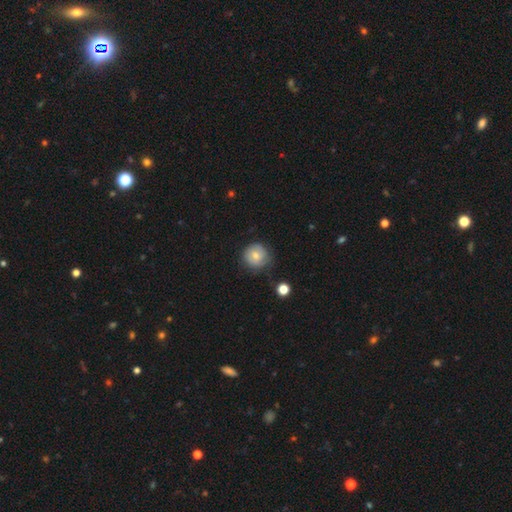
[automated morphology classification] Q: Smooth or featured?
A: smooth (69%); runner-up: featured or disk (23%)
Q: How rounded?
A: round (92%); runner-up: in between (7%)
Q: Merging?
A: none (69%); runner-up: minor disturbance (23%)